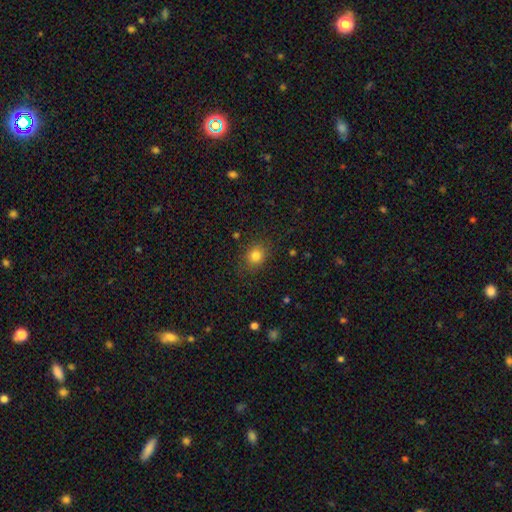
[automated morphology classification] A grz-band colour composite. It shows a smooth galaxy with no disk features (81%) that is round (66%). Merging: none (84%).